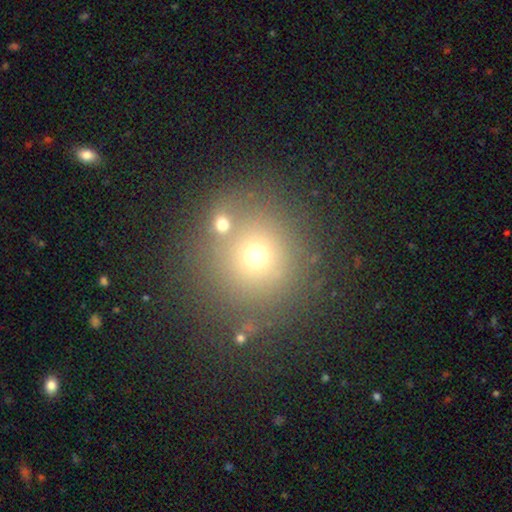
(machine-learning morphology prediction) This appears to be a smooth galaxy with no disk features (65%) that is round (93%). Merging: none (77%).